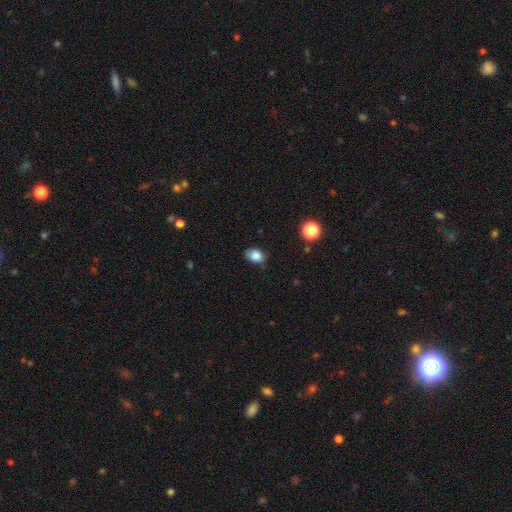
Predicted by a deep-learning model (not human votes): A smooth galaxy with no disk features (84%) that is in between round and cigar-shaped (72%).

Vote fractions:
- Smooth or featured? smooth: 84% / star or artifact: 10% / featured or disk: 6%
- How rounded? in between: 72% / round: 27% / cigar-shaped: 1%
- Merging? none: 76% / minor disturbance: 20% / major disturbance: 3% / merger: 1%